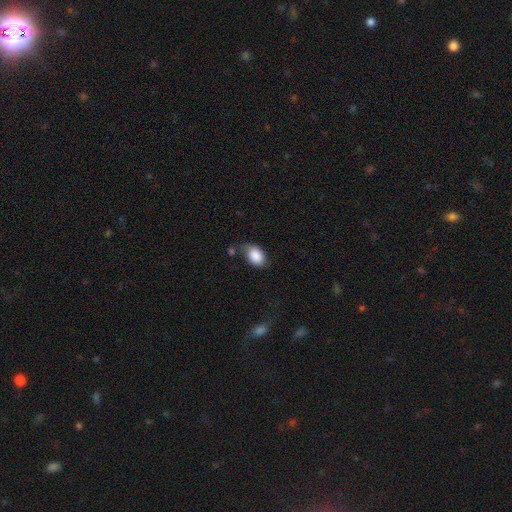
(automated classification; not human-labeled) smooth 87%, star or artifact 7%, featured or disk 6%. Down the decision tree: how rounded — in between (85%); merging — none (55%).